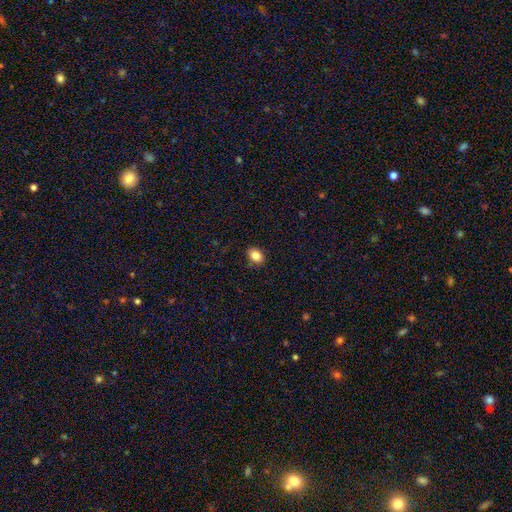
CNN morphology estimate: A smooth galaxy with no disk features (86%) that is in between round and cigar-shaped (70%). Merging: none (88%).